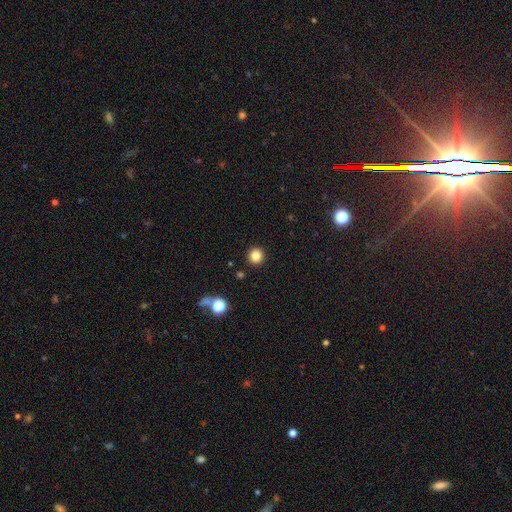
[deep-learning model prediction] Overall: smooth (83%). How rounded: round (95%). Merging: none (92%).